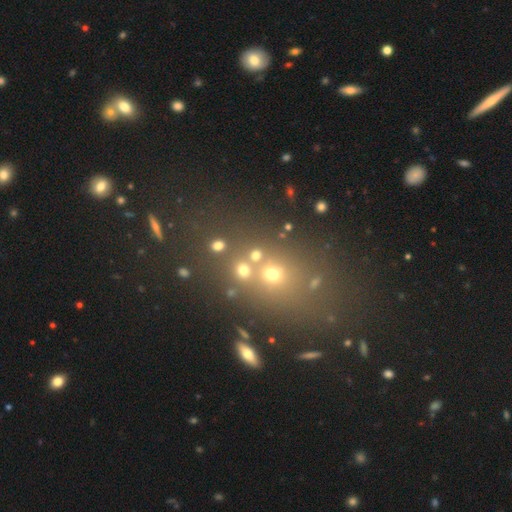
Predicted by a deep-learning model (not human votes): Smooth or featured?
  - smooth: 66% *
  - star or artifact: 25%
  - featured or disk: 10%
How rounded?
  - round: 81% *
  - in between: 18%
  - cigar-shaped: 1%
Merging?
  - none: 65% *
  - merger: 21%
  - minor disturbance: 9%
  - major disturbance: 5%